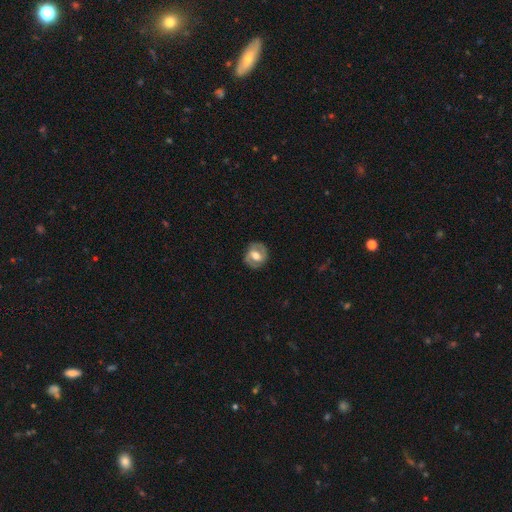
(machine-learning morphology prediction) smooth-or-featured: featured or disk: 62% | smooth: 32% | star or artifact: 6%
  disk-edge-on: no: 96% | yes: 4%
    bar: weak: 43% | no: 31% | strong: 25%
    has-spiral-arms: yes: 68% | no: 32%
    bulge-size: moderate: 63% | large: 25% | small: 8% | dominant: 2% | none: 1%
  merging: none: 83% | minor disturbance: 11% | major disturbance: 4% | merger: 1%